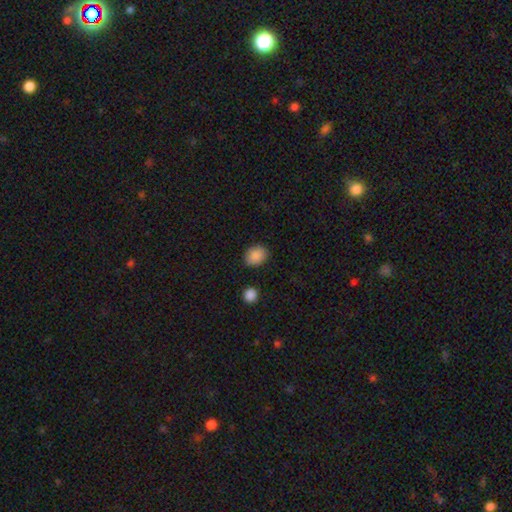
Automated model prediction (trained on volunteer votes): This appears to be a smooth galaxy with no disk features (88%) that is in between round and cigar-shaped (50%). Merging: none (84%).